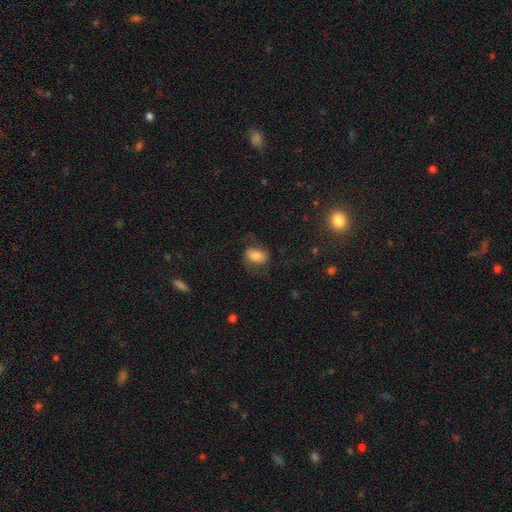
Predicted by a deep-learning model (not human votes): smooth_or_featured: smooth (p=0.64) [alt: featured or disk p=0.26]
how_rounded: in between (p=0.81) [alt: round p=0.18]
merging: none (p=0.61) [alt: minor disturbance p=0.20]